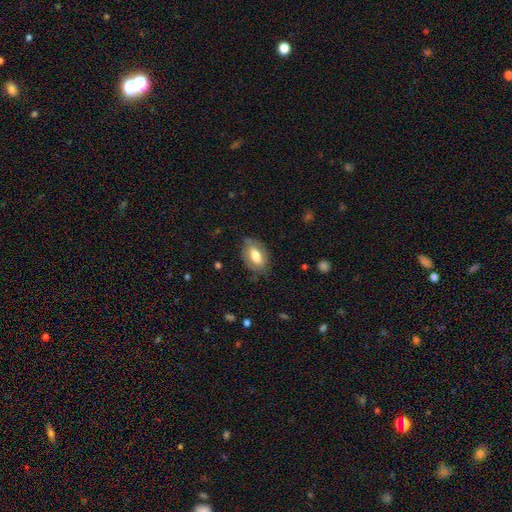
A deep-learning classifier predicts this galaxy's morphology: A smooth galaxy with no disk features (63%) that is in between round and cigar-shaped (90%). Merging: none (75%).